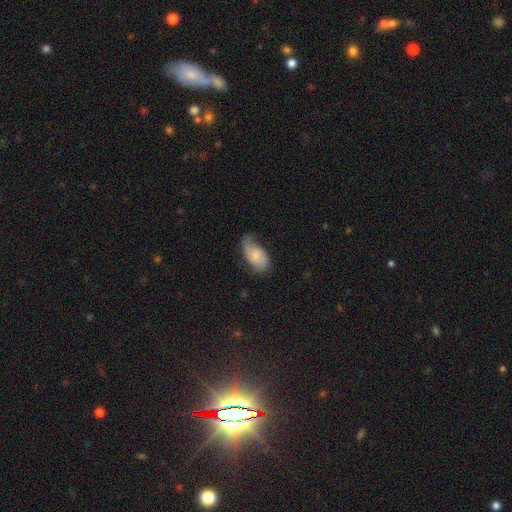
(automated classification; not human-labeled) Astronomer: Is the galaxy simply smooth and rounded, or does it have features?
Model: smooth — 48% (runner-up: featured or disk, 45%).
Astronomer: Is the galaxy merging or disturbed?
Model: none — 44% (runner-up: minor disturbance, 34%).